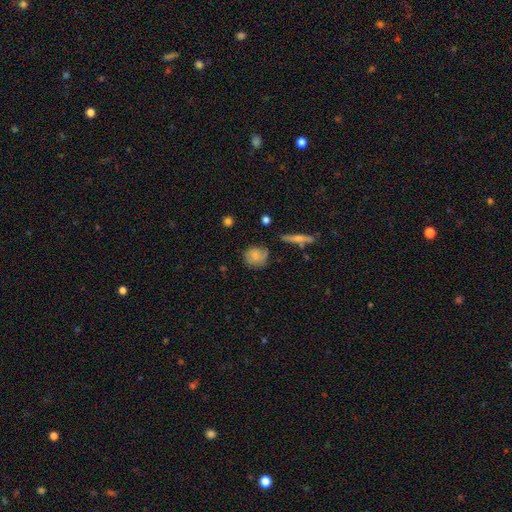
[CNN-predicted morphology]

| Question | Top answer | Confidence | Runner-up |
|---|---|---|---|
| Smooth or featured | smooth | 68% | featured or disk (24%) |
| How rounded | round | 73% | in between (25%) |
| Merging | none | 69% | minor disturbance (22%) |